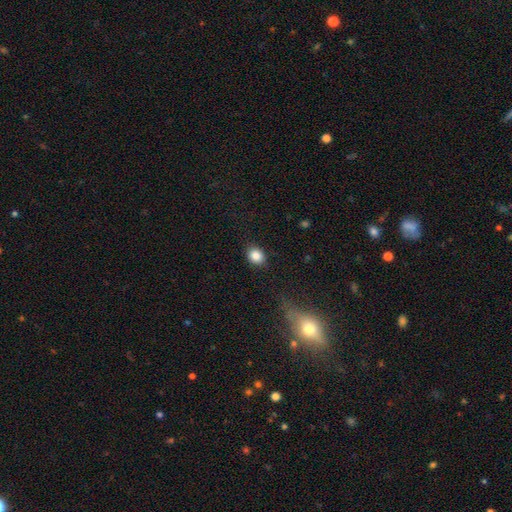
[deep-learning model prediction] Smooth or featured? Predicted: smooth (p=0.86). How rounded? Predicted: round (p=0.51). Merging? Predicted: none (p=0.86).